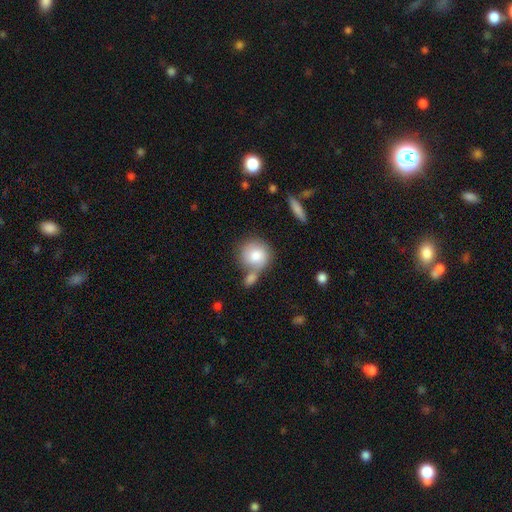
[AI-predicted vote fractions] A smooth galaxy with no disk features (78%) that is round (85%). Merging: none (47%).